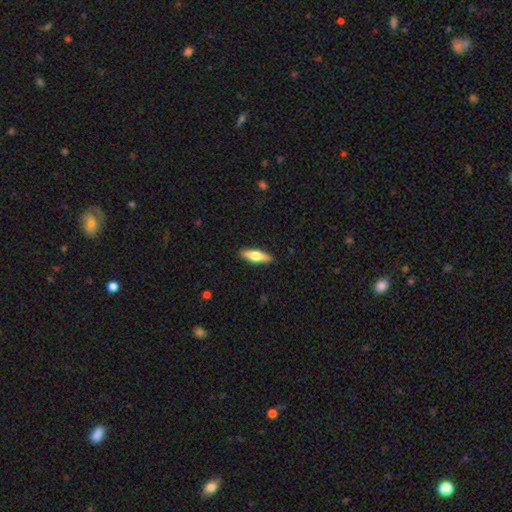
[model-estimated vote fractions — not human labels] Smooth or featured? smooth (61%)
How rounded? cigar-shaped (51%)
Merging? none (89%)